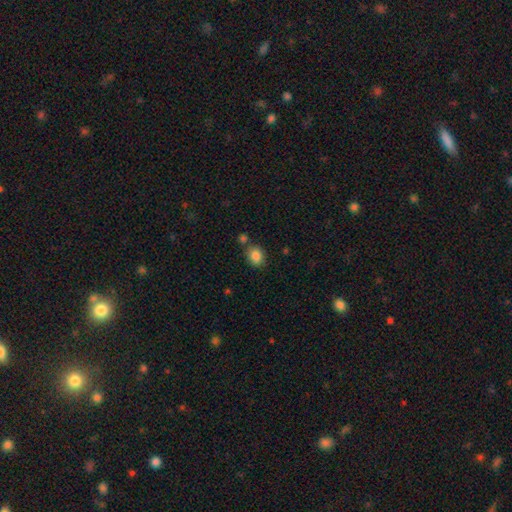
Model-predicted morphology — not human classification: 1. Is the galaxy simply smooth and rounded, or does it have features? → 86% smooth, 9% star or artifact, 5% featured or disk.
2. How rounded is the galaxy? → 61% in between, 38% round, 1% cigar-shaped.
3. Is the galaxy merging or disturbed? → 72% none, 12% minor disturbance, 12% merger, 4% major disturbance.